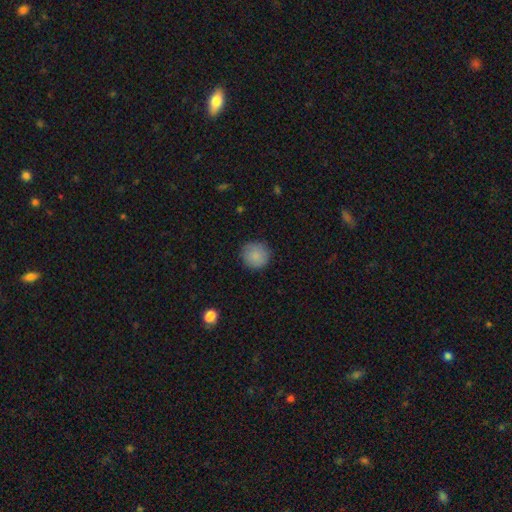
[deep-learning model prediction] smooth_or_featured: smooth (p=0.87) [alt: star or artifact p=0.08]
how_rounded: round (p=0.93) [alt: in between p=0.06]
merging: none (p=0.87) [alt: minor disturbance p=0.09]